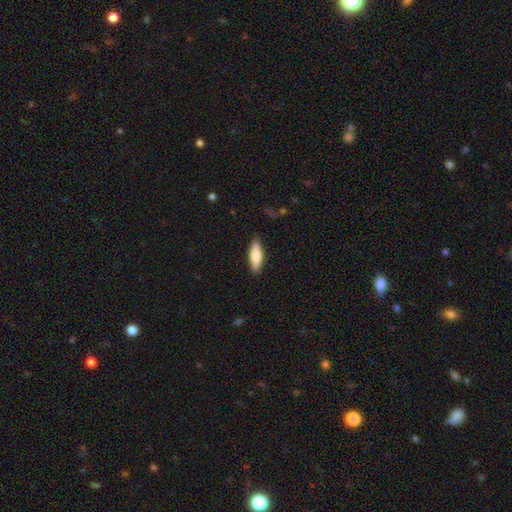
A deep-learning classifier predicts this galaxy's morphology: Overall: smooth (78%). How rounded: in between (54%; cigar-shaped 44%). Merging: none (87%).